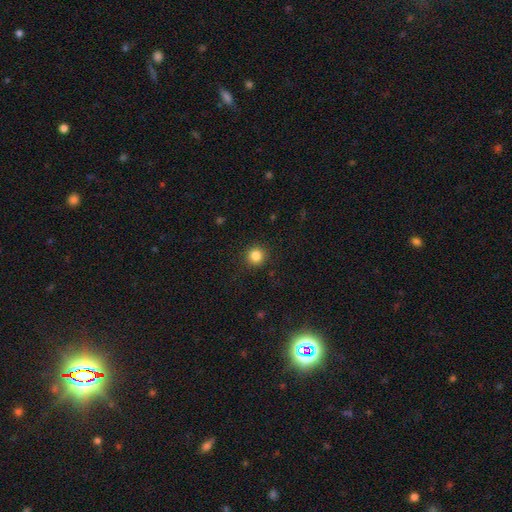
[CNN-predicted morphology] This appears to be a smooth galaxy with no disk features (85%) that is round (94%). Merging: none (91%).